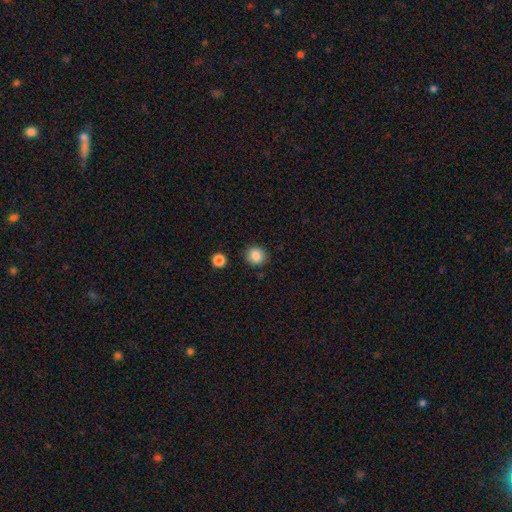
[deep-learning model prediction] A smooth galaxy with no disk features (86%) that is round (87%). Merging: none (88%).